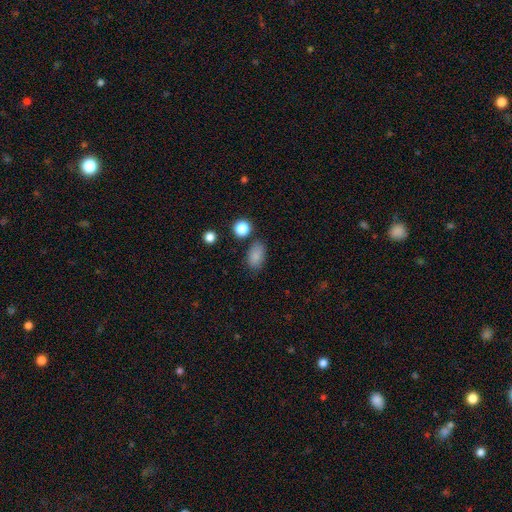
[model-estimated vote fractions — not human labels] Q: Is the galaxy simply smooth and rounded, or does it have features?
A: smooth — 85%.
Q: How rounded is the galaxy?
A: in between — 88%.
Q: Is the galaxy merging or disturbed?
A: none — 78%.